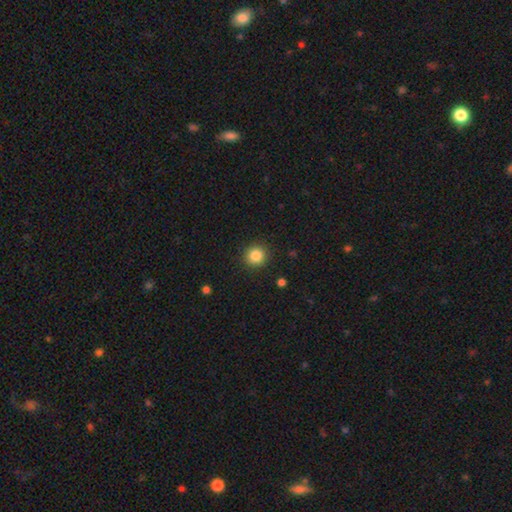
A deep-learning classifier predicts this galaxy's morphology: This is clearly a smooth galaxy (85%). How rounded: clearly round (93%). Merging: clearly none (91%).